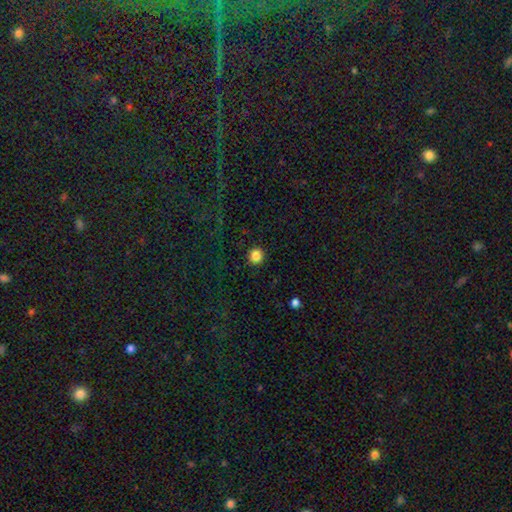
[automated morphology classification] smooth_or_featured: smooth (p=0.85) [alt: star or artifact p=0.11]
how_rounded: round (p=0.91) [alt: in between p=0.08]
merging: none (p=0.91) [alt: minor disturbance p=0.06]